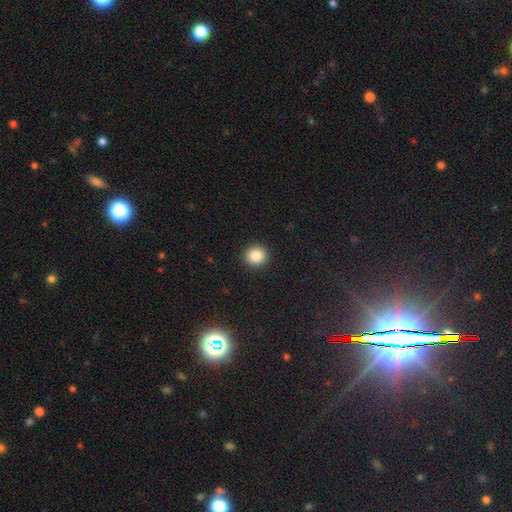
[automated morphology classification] smooth 86%, star or artifact 10%, featured or disk 4%. Down the decision tree: how rounded — round (92%); merging — none (92%).